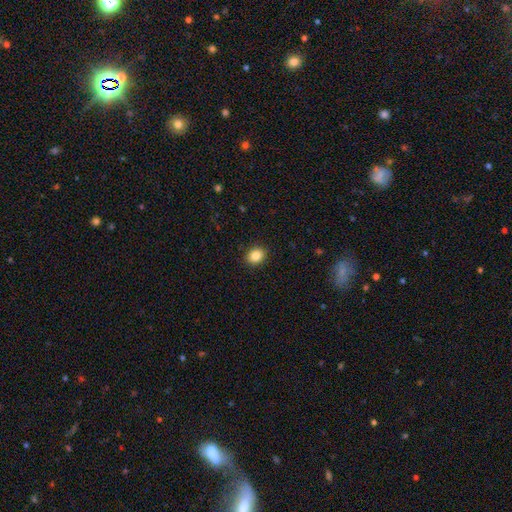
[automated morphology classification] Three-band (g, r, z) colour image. It shows a smooth galaxy with no disk features (86%) that is round (58%). Merging: none (90%).